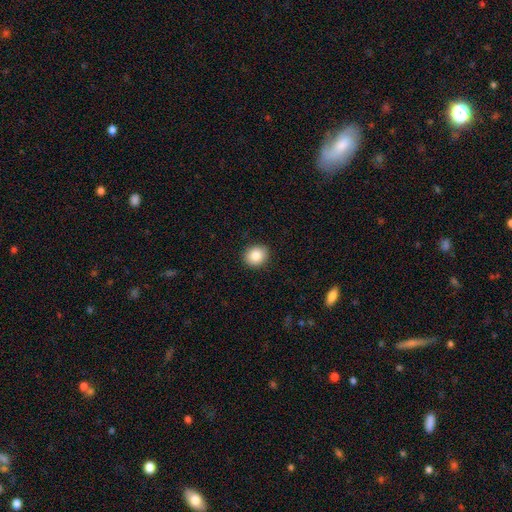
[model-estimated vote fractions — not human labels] smooth-or-featured: smooth: 85% | star or artifact: 9% | featured or disk: 6%
  how-rounded: round: 72% | in between: 27% | cigar-shaped: 1%
  merging: none: 91% | minor disturbance: 6% | major disturbance: 2% | merger: 1%